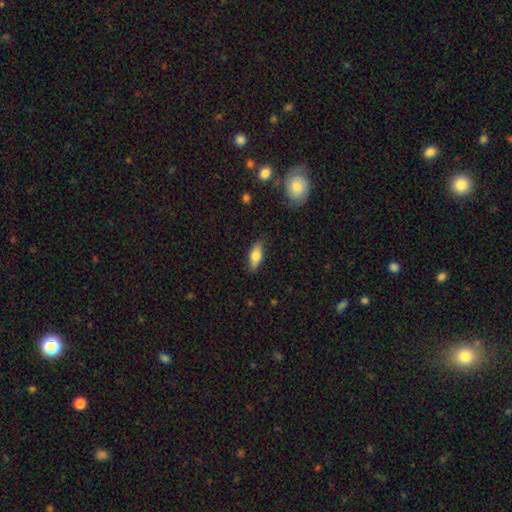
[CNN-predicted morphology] smooth_or_featured: smooth (p=0.73) [alt: featured or disk p=0.20]
how_rounded: in between (p=0.76) [alt: cigar-shaped p=0.21]
merging: none (p=0.83) [alt: minor disturbance p=0.14]